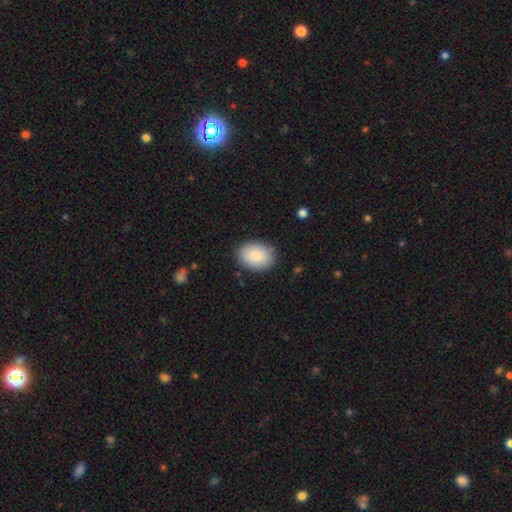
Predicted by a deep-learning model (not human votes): Morphology: type=smooth (87%); roundness=in between (70%); merging=none (86%).